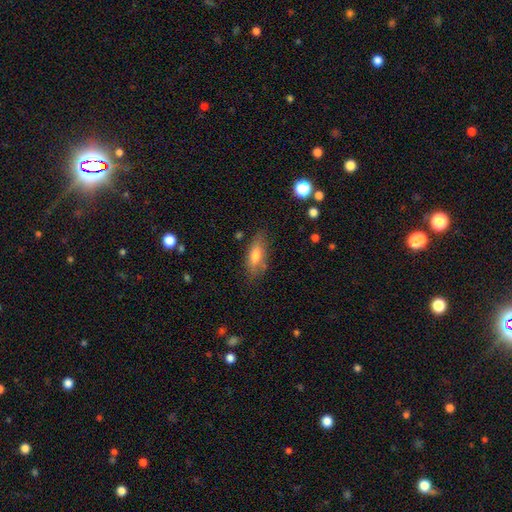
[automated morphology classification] Smooth or featured? smooth (66%)
How rounded? in between (72%)
Merging? none (76%)